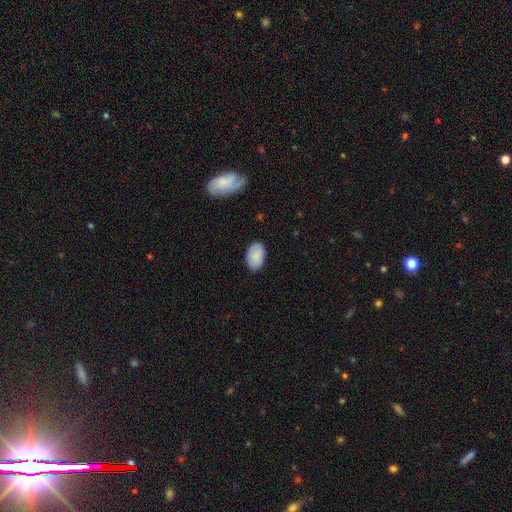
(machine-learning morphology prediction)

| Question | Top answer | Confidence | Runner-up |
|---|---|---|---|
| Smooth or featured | smooth | 86% | featured or disk (8%) |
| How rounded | in between | 90% | round (9%) |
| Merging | none | 85% | minor disturbance (11%) |